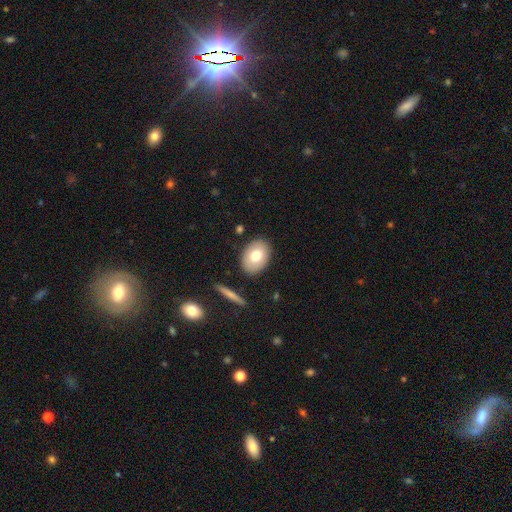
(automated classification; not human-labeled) Overall: smooth (72%). How rounded: in between (79%). Merging: none (87%).